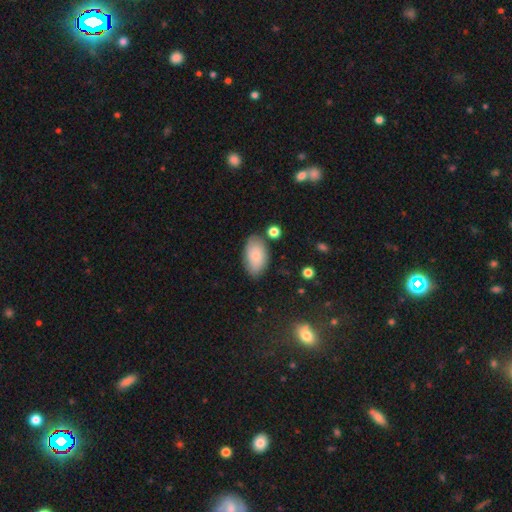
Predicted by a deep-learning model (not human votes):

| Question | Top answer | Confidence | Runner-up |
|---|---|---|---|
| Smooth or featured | smooth | 79% | featured or disk (14%) |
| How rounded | in between | 94% | round (4%) |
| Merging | none | 76% | minor disturbance (16%) |